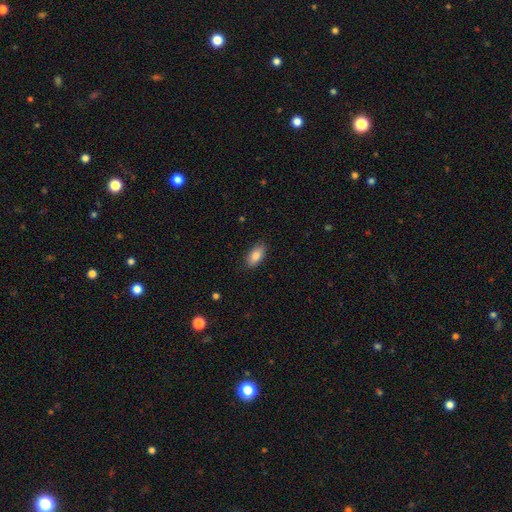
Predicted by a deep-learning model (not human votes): This appears to be a smooth galaxy with no disk features (84%) that is in between round and cigar-shaped (89%). Merging: none (86%).